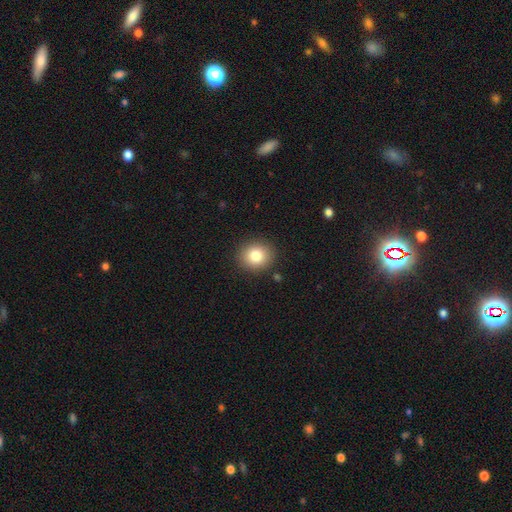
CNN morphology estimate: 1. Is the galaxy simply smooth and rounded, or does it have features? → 83% smooth, 10% star or artifact, 8% featured or disk.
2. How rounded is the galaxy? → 78% round, 21% in between, 1% cigar-shaped.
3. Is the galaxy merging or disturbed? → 89% none, 7% minor disturbance, 2% major disturbance, 1% merger.